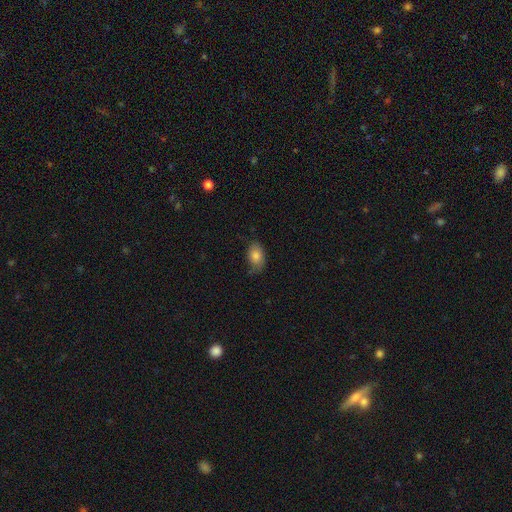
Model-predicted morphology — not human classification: Smooth or featured: smooth — 82% (featured or disk — 9%)
How rounded: in between — 86% (round — 12%)
Merging: none — 68% (minor disturbance — 25%)